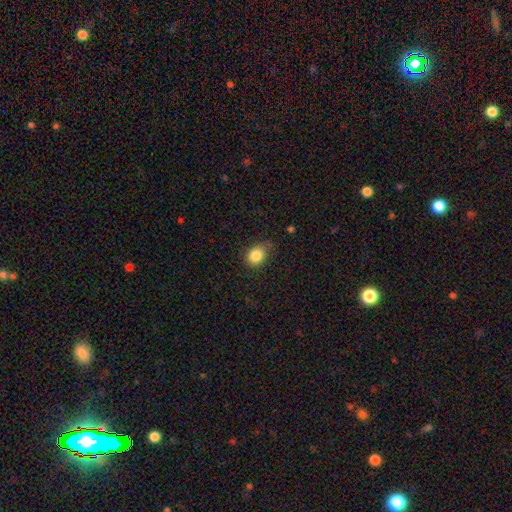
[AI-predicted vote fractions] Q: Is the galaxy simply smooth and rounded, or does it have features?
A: smooth — 84%.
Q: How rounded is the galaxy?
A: round — 53%.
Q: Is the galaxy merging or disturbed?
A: none — 67%.